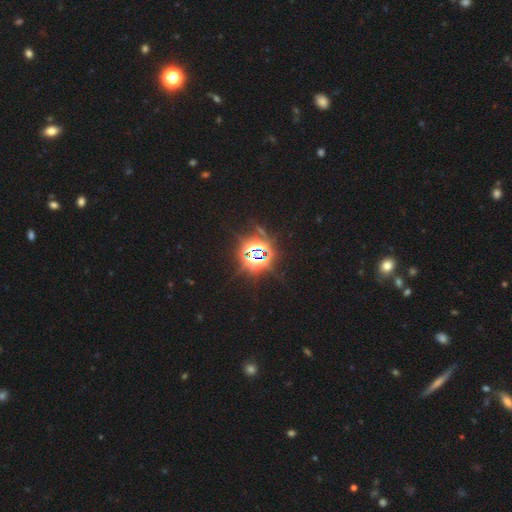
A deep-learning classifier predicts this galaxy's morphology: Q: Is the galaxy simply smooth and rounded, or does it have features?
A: star or artifact — 83%.